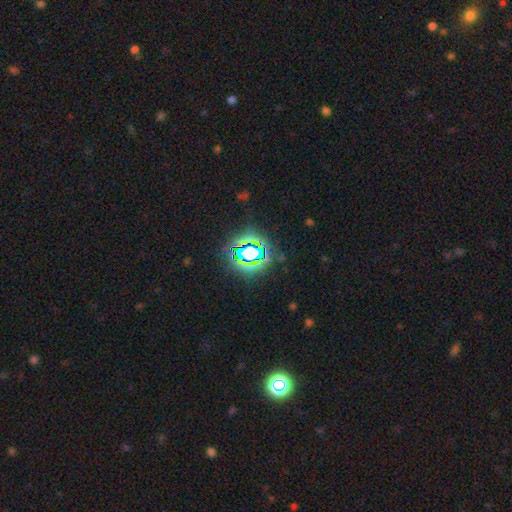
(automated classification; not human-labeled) Overall: star or artifact (71%).